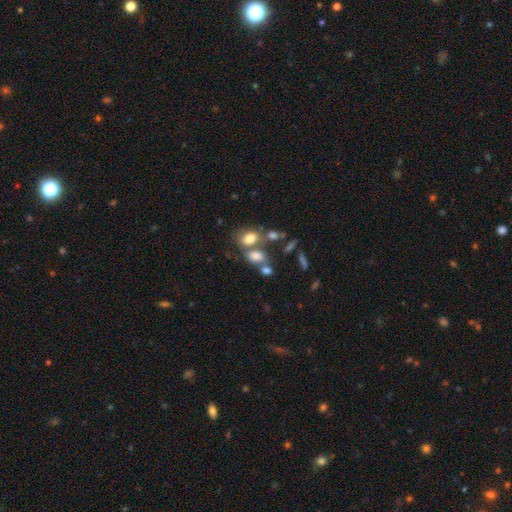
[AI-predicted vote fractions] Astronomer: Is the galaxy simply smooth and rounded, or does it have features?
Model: smooth — 73%.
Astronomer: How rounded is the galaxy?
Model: in between — 78%.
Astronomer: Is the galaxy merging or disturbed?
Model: merger — 43% (runner-up: none, 37%).